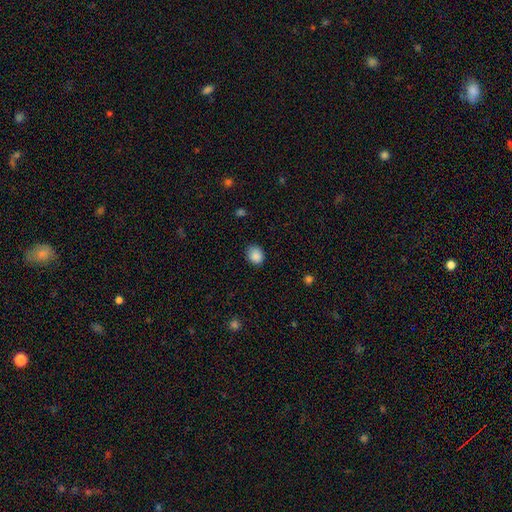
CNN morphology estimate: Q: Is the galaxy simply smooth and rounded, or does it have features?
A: smooth — 88%.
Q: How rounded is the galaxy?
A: round — 62%.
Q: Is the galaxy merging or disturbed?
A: none — 80%.